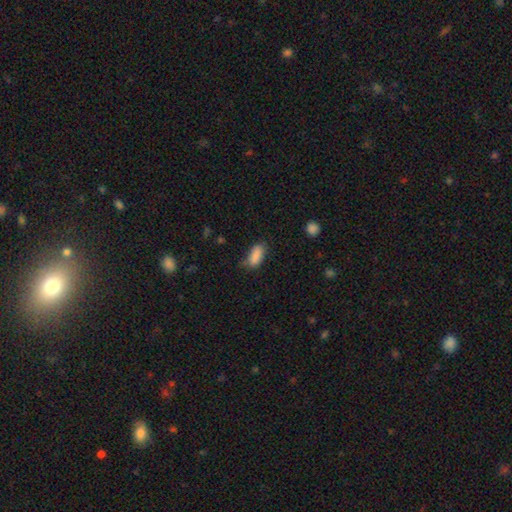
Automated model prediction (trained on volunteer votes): Overall: smooth (87%). How rounded: in between (87%). Merging: none (63%; minor disturbance 27%).